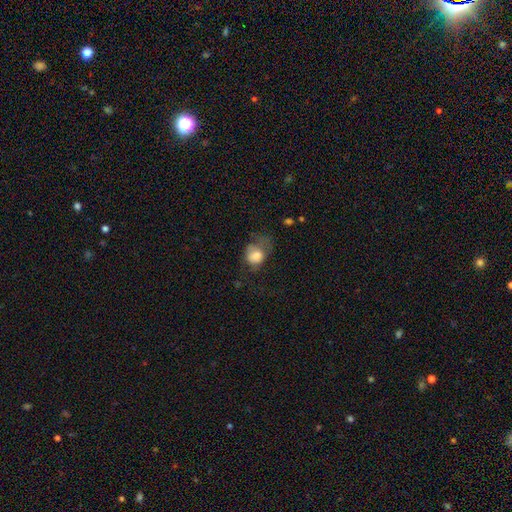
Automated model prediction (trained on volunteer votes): Overall: smooth (76%). How rounded: round (51%; in between 48%). Merging: major disturbance (42%; minor disturbance 28%).